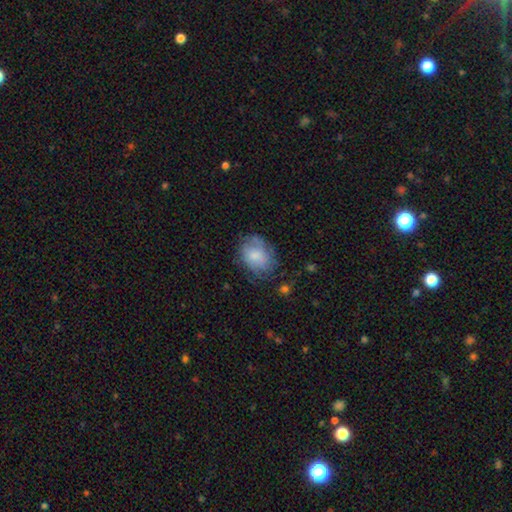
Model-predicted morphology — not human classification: This is likely a smooth galaxy (68%). How rounded: likely in between (65%). Merging: possibly none (58%).